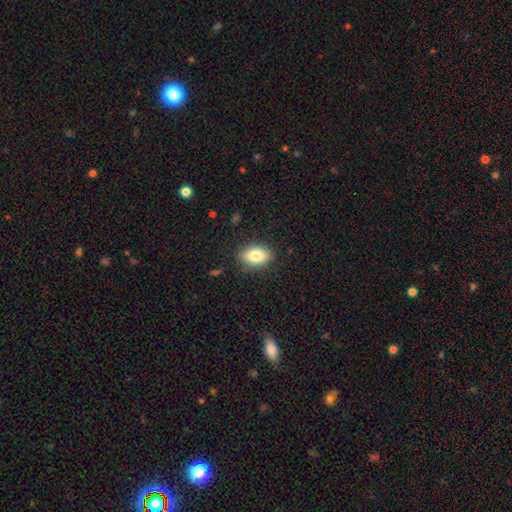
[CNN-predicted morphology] This is clearly a smooth galaxy (83%). How rounded: clearly in between (86%). Merging: clearly none (86%).